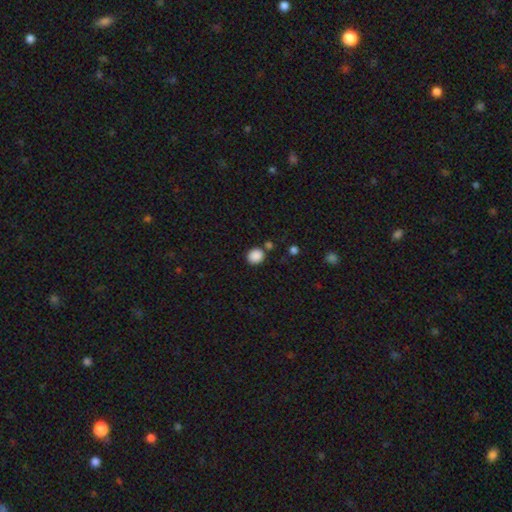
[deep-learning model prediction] smooth_or_featured: smooth (p=0.87) [alt: star or artifact p=0.09]
how_rounded: round (p=0.73) [alt: in between p=0.26]
merging: none (p=0.78) [alt: minor disturbance p=0.10]